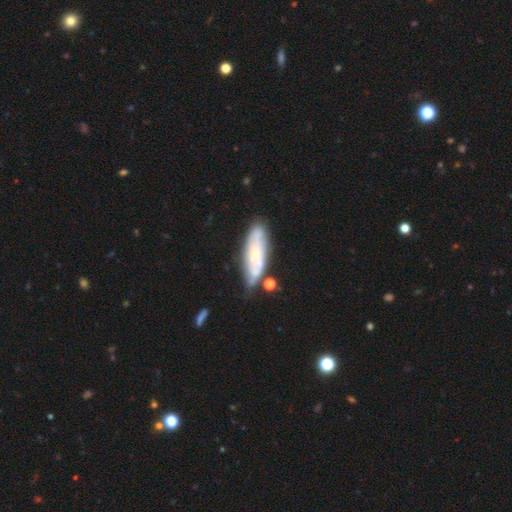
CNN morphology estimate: The model was most divided on "smooth or featured": featured or disk: 53%, smooth: 40%, star or artifact: 7%. More confident: edge-on disk — no (73%); merging — none (63%).